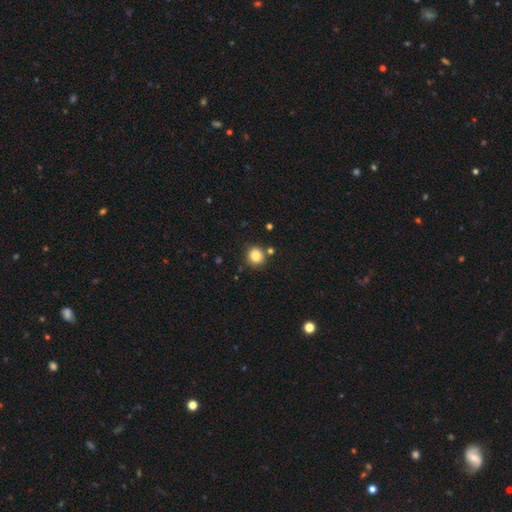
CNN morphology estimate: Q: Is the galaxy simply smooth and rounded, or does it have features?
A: smooth — 84%.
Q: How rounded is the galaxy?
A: round — 87%.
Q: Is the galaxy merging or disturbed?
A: none — 83%.